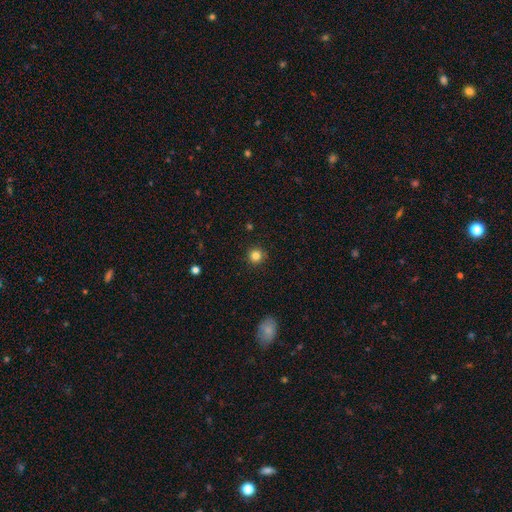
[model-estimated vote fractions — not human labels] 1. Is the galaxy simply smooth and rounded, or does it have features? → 83% smooth, 12% star or artifact, 5% featured or disk.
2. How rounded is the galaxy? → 95% round, 4% in between, 1% cigar-shaped.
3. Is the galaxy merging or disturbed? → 92% none, 6% minor disturbance, 2% major disturbance, 1% merger.